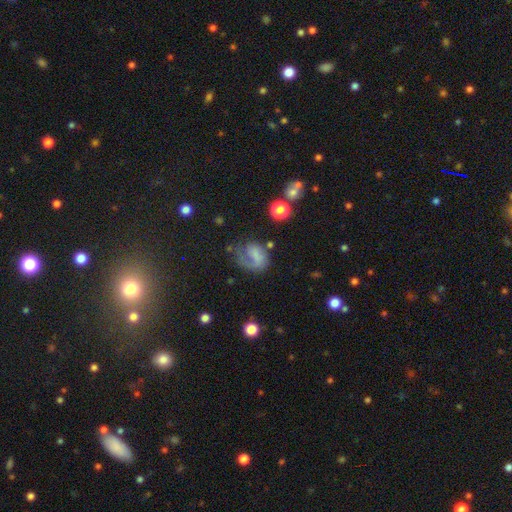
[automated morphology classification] The model was most divided on "merging": major disturbance: 38%, none: 34%, minor disturbance: 24%, merger: 5%. Remaining: smooth or featured — smooth (48%).